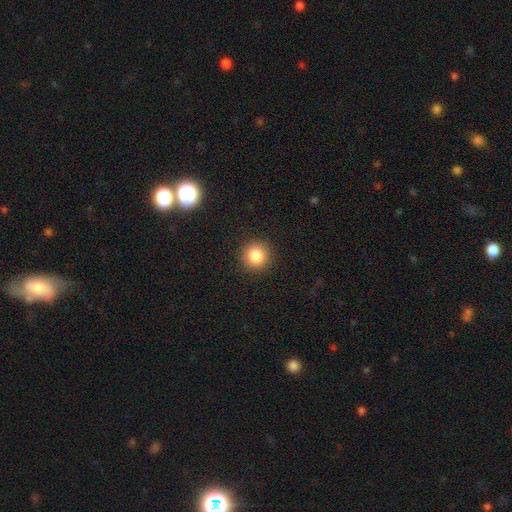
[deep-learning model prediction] Smooth or featured?
  - smooth: 84% *
  - star or artifact: 11%
  - featured or disk: 6%
How rounded?
  - round: 93% *
  - in between: 6%
  - cigar-shaped: 1%
Merging?
  - none: 91% *
  - minor disturbance: 6%
  - major disturbance: 2%
  - merger: 1%